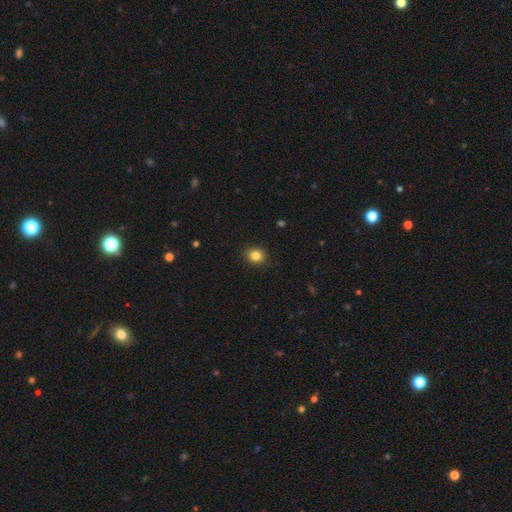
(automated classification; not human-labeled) smooth 83%, star or artifact 11%, featured or disk 5%. Down the decision tree: how rounded — round (74%); merging — none (90%).